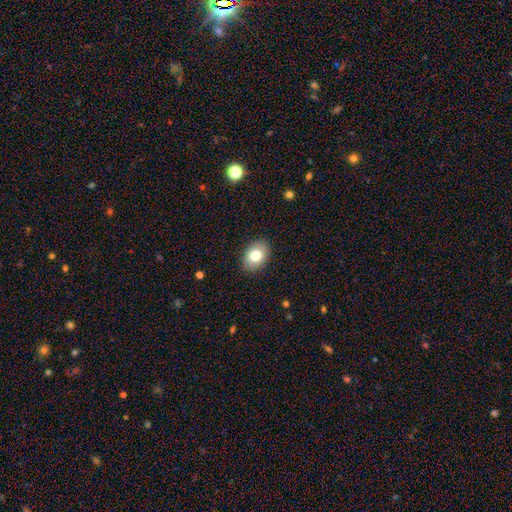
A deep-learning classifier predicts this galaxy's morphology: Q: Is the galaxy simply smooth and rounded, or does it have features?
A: smooth — 78%.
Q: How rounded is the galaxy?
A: in between — 76%.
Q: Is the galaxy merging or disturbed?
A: none — 88%.